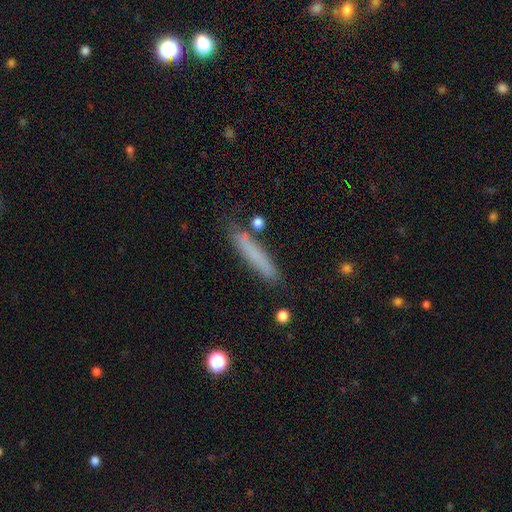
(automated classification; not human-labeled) This is likely a smooth galaxy (73%). How rounded: clearly cigar-shaped (92%). Merging: likely none (78%).